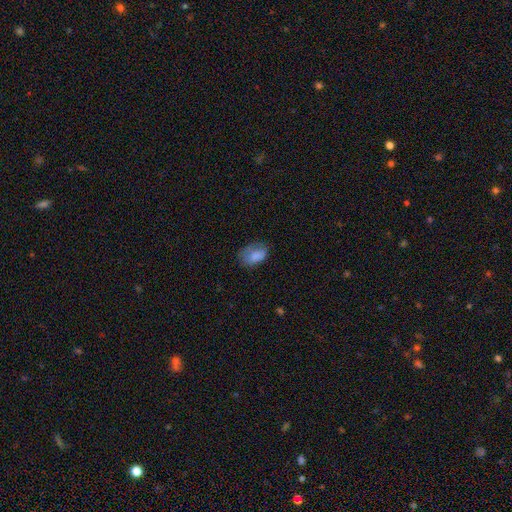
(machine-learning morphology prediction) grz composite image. It shows a smooth galaxy with no disk features (78%) that is in between round and cigar-shaped (86%). Merging: none (52%).